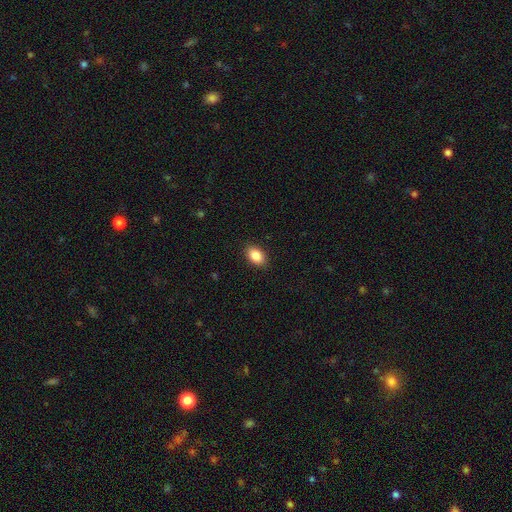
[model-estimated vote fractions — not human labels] Morphology: type=smooth (87%); roundness=in between (87%); merging=none (89%).